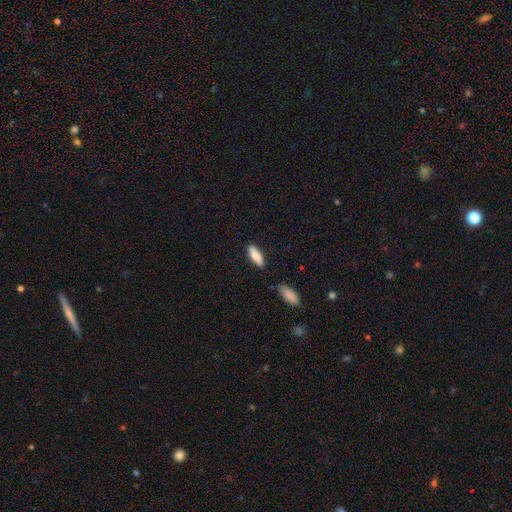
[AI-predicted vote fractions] Overall: smooth (78%). How rounded: in between (68%; cigar-shaped 30%). Merging: none (81%).